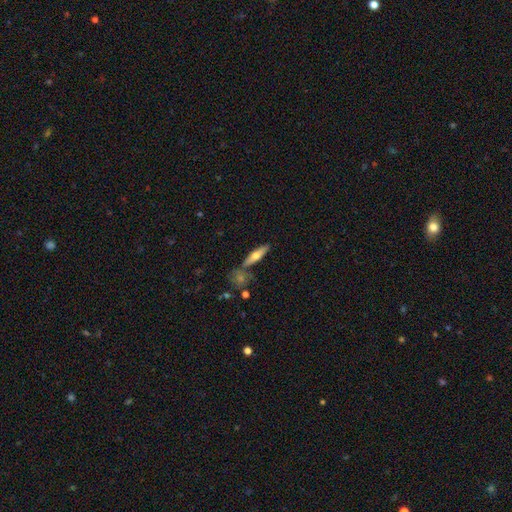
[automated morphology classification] Smooth or featured? smooth (51%)
How rounded? cigar-shaped (72%)
Merging? none (73%)